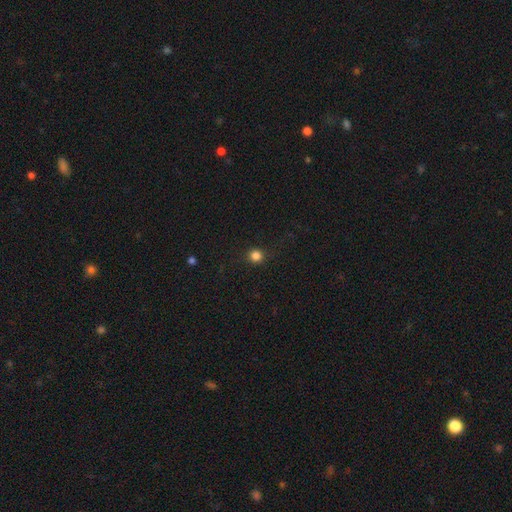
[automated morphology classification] Overall: smooth (83%). How rounded: round (92%). Merging: none (90%).